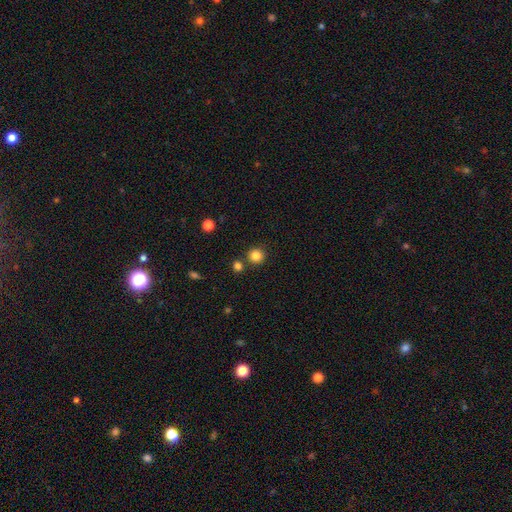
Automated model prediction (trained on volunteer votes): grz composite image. It shows a smooth galaxy with no disk features (84%) that is round (94%). Merging: none (84%).